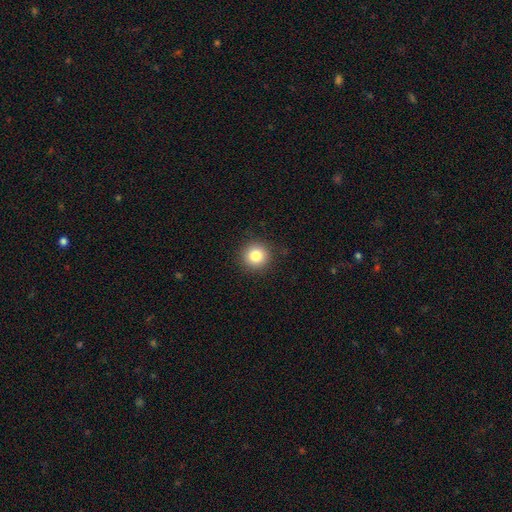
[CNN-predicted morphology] smooth_or_featured: smooth (p=0.83) [alt: star or artifact p=0.11]
how_rounded: round (p=0.94) [alt: in between p=0.05]
merging: none (p=0.91) [alt: minor disturbance p=0.06]